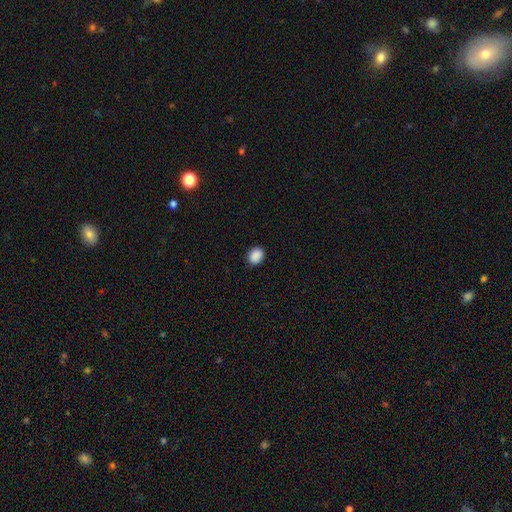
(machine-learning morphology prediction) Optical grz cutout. It shows a smooth galaxy with no disk features (89%) that is round (62%). Merging: none (89%).